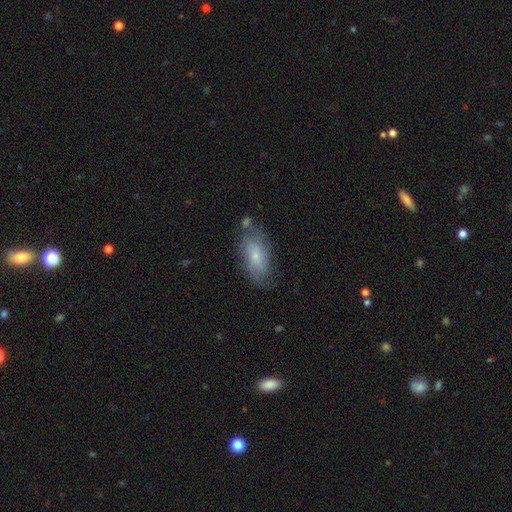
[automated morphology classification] smooth 57%, featured or disk 36%, star or artifact 7%. Down the decision tree: how rounded — in between (85%); merging — none (61%).